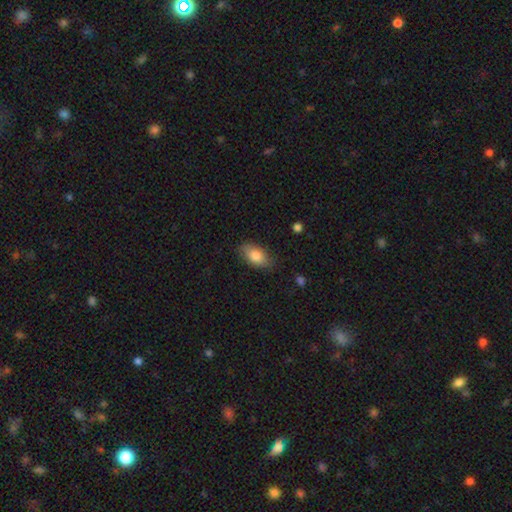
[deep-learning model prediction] The model was most divided on "merging": none: 81%, minor disturbance: 15%, major disturbance: 3%, merger: 1%. More confident: how rounded — in between (91%); smooth or featured — smooth (82%).